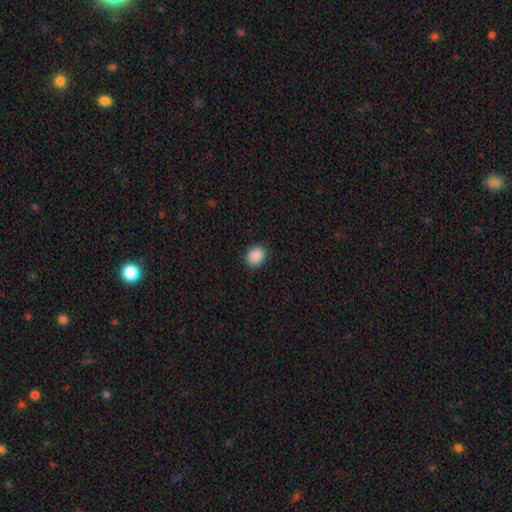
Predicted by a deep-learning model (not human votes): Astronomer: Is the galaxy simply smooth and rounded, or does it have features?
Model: smooth — 90%.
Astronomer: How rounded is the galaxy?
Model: in between — 56% (runner-up: round, 43%).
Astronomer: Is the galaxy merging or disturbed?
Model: none — 88%.